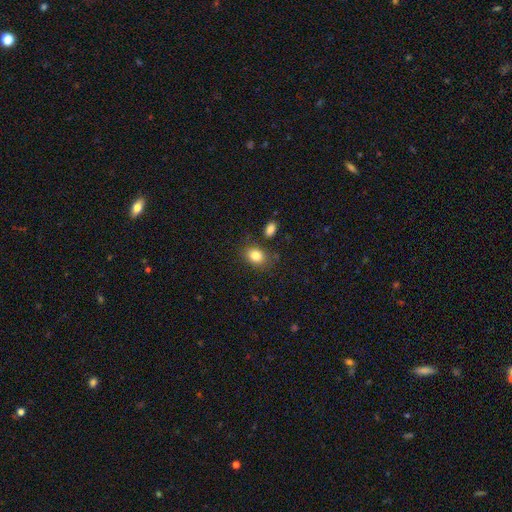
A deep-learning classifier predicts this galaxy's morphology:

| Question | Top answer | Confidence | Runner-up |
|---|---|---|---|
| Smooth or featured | smooth | 83% | star or artifact (10%) |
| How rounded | in between | 57% | round (42%) |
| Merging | none | 76% | minor disturbance (14%) |